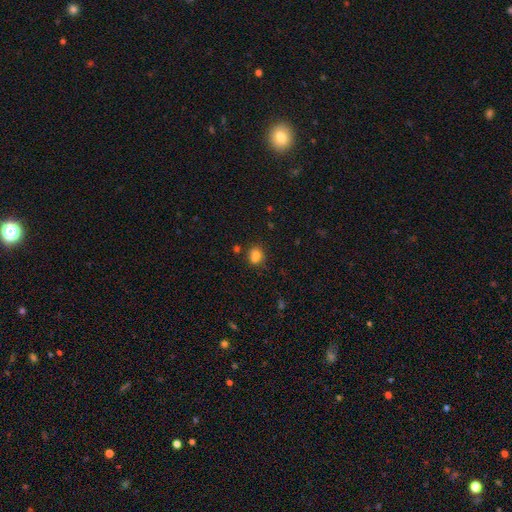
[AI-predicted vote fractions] This is likely a smooth galaxy (77%). How rounded: likely round (63%). Merging: possibly none (57%).